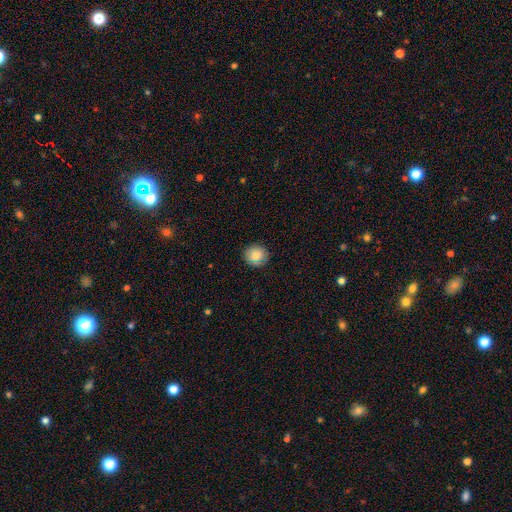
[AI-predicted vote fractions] smooth 80%, featured or disk 10%, star or artifact 10%. Down the decision tree: how rounded — round (89%); merging — none (88%).